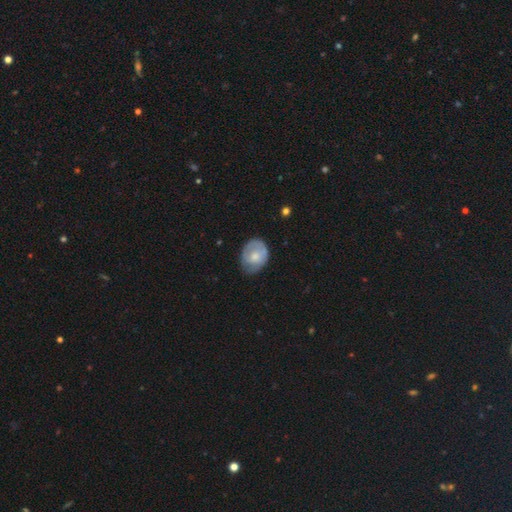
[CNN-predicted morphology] smooth_or_featured: smooth (p=0.56) [alt: featured or disk p=0.38]
how_rounded: in between (p=0.56) [alt: round p=0.43]
merging: none (p=0.57) [alt: minor disturbance p=0.31]